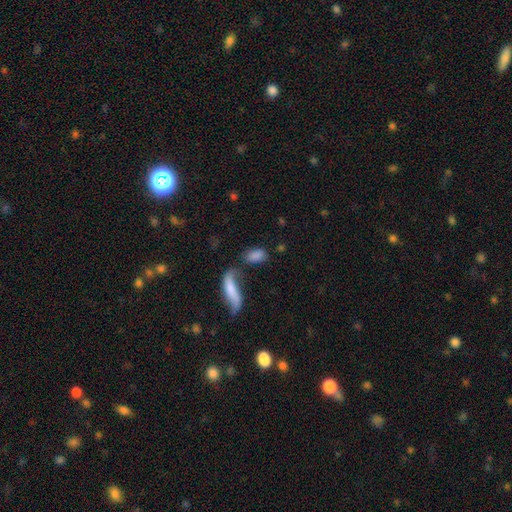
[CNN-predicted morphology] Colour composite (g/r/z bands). It shows a smooth galaxy with no disk features (77%) that is in between round and cigar-shaped (82%). Merging: none (39%).